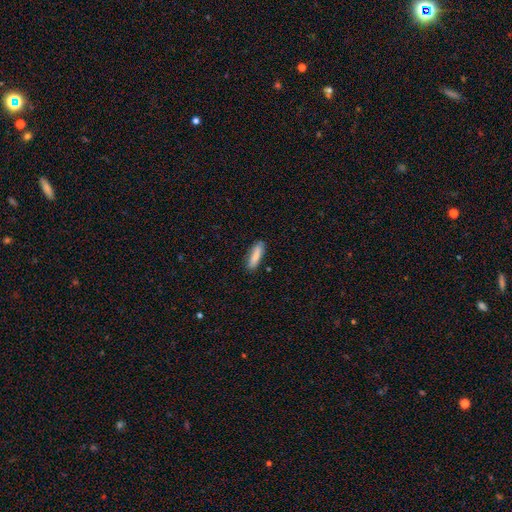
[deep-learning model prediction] smooth_or_featured: smooth (p=0.85) [alt: featured or disk p=0.08]
how_rounded: cigar-shaped (p=0.63) [alt: in between p=0.36]
merging: none (p=0.85) [alt: minor disturbance p=0.11]